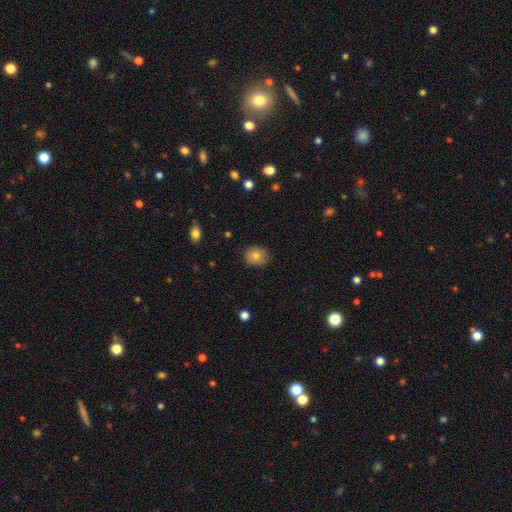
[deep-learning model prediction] A smooth galaxy with no disk features (78%) that is round (69%). Merging: none (83%).